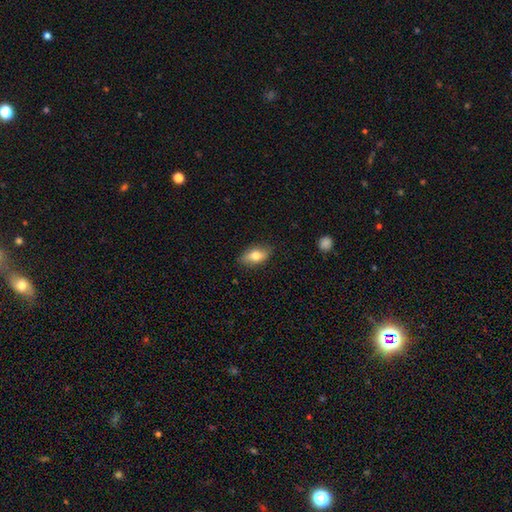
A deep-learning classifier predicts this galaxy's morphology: This is likely a smooth galaxy (76%). How rounded: clearly in between (89%). Merging: clearly none (84%).